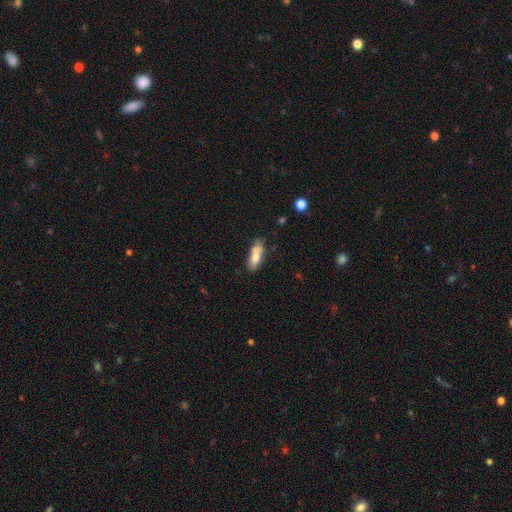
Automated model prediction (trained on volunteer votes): A smooth galaxy with no disk features (75%) that is in between round and cigar-shaped (68%). Merging: none (56%).